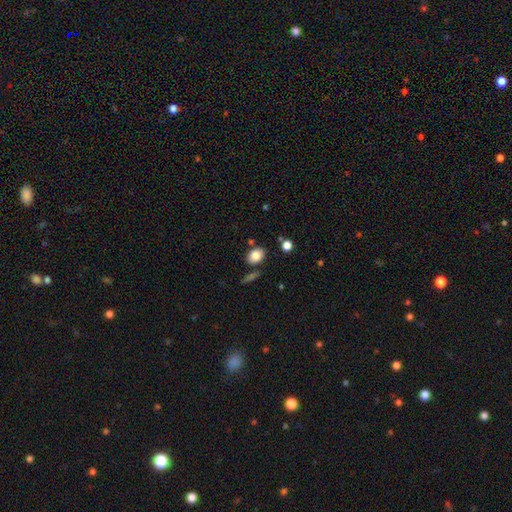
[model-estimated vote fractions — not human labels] smooth_or_featured: smooth (p=0.83) [alt: star or artifact p=0.09]
how_rounded: in between (p=0.65) [alt: round p=0.34]
merging: none (p=0.77) [alt: minor disturbance p=0.12]